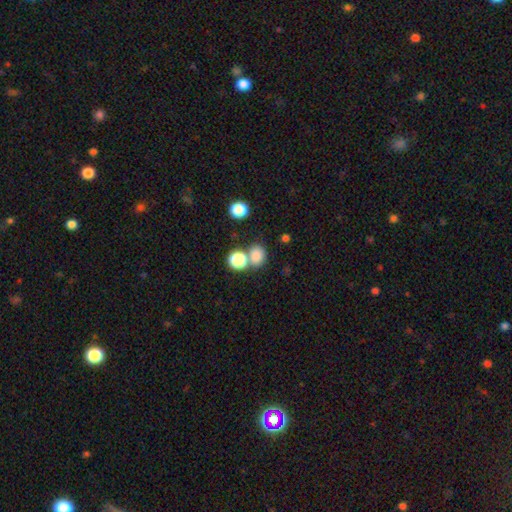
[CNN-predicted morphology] Smooth or featured? smooth (79%)
How rounded? round (66%)
Merging? none (61%)